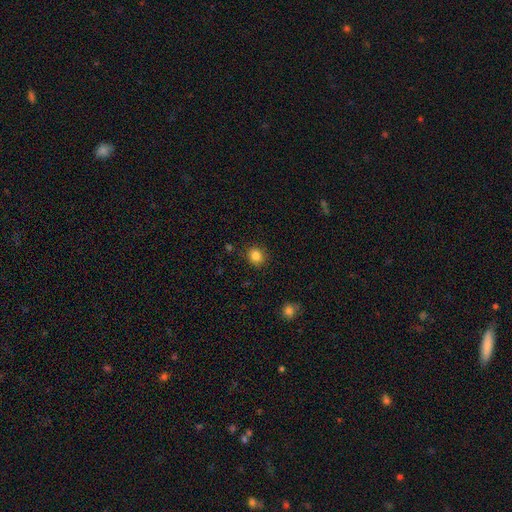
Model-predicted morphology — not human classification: A smooth galaxy with no disk features (85%) that is round (73%).

Vote fractions:
- Smooth or featured? smooth: 85% / star or artifact: 11% / featured or disk: 4%
- How rounded? round: 73% / in between: 26% / cigar-shaped: 1%
- Merging? none: 87% / minor disturbance: 9% / major disturbance: 3% / merger: 2%